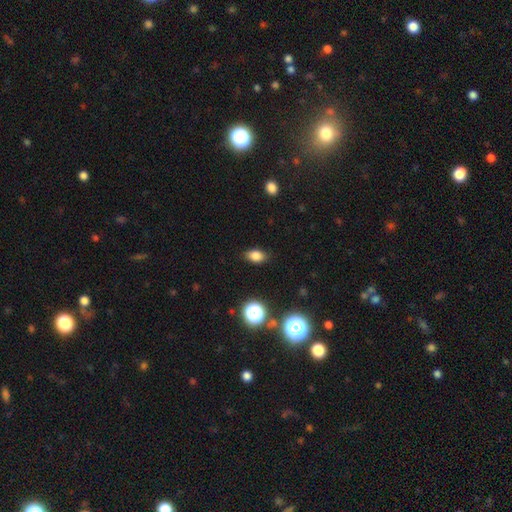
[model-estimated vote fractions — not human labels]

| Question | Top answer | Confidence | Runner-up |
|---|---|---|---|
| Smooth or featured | smooth | 80% | star or artifact (13%) |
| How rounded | in between | 84% | round (14%) |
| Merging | none | 84% | minor disturbance (12%) |